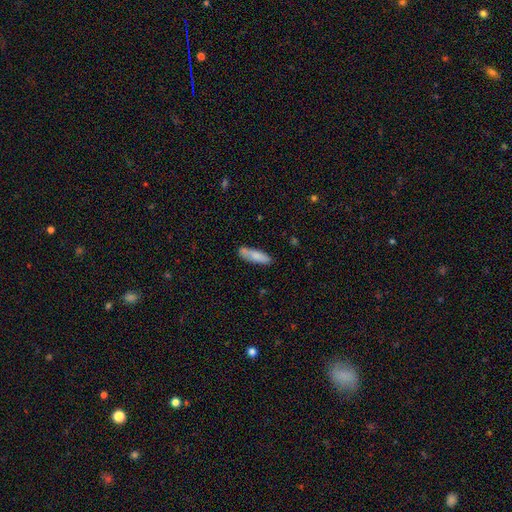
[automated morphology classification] type=smooth (81%); roundness=cigar-shaped (57%); merging=none (74%).